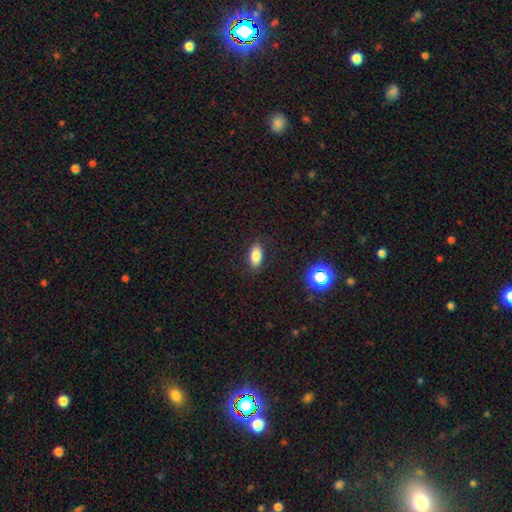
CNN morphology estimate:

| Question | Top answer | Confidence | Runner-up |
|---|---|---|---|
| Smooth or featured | smooth | 81% | star or artifact (11%) |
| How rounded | in between | 87% | cigar-shaped (8%) |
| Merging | none | 86% | minor disturbance (10%) |